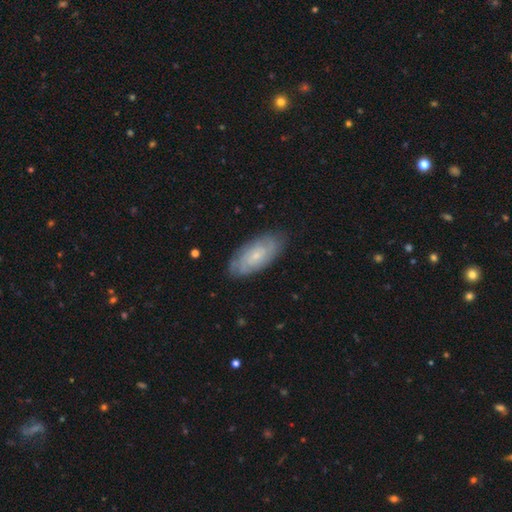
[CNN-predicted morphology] A featured or disk galaxy (64%) with no bar (70%), tight (66%) spiral arms (88%) and a small central bulge (76%). Merging: none (81%).